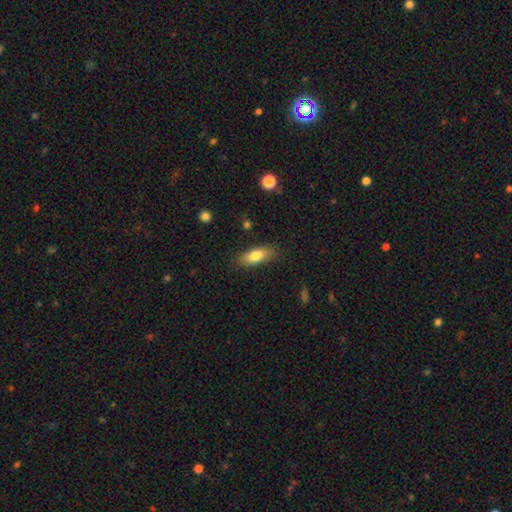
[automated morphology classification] smooth-or-featured: smooth: 79% | featured or disk: 14% | star or artifact: 7%
  how-rounded: in between: 74% | cigar-shaped: 23% | round: 3%
  merging: none: 82% | minor disturbance: 14% | major disturbance: 3% | merger: 1%